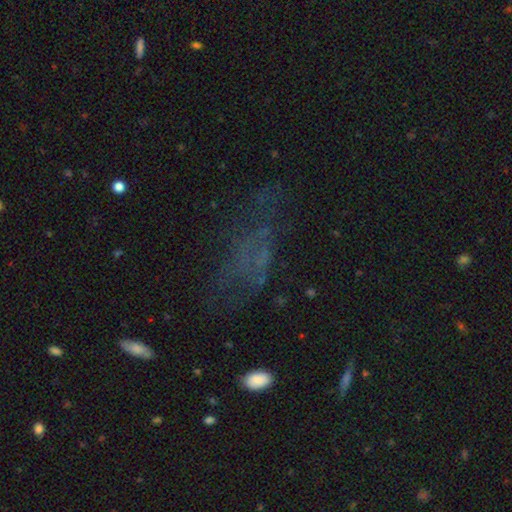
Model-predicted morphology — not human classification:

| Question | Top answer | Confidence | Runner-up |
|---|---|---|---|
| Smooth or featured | featured or disk | 36% | smooth (35%) |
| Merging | none | 50% | major disturbance (28%) |